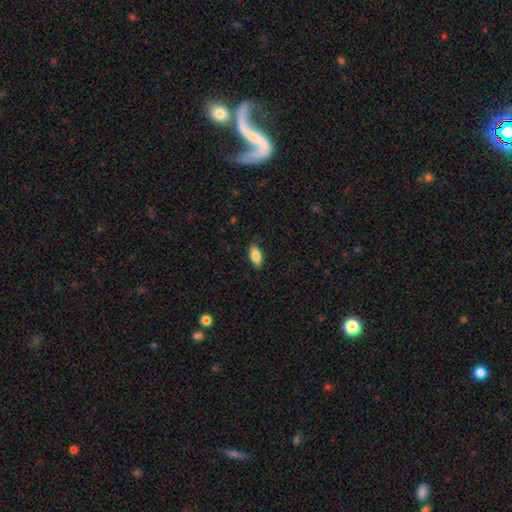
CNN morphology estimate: Q: Smooth or featured?
A: smooth (84%); runner-up: featured or disk (9%)
Q: How rounded?
A: in between (90%); runner-up: cigar-shaped (7%)
Q: Merging?
A: none (86%); runner-up: minor disturbance (11%)